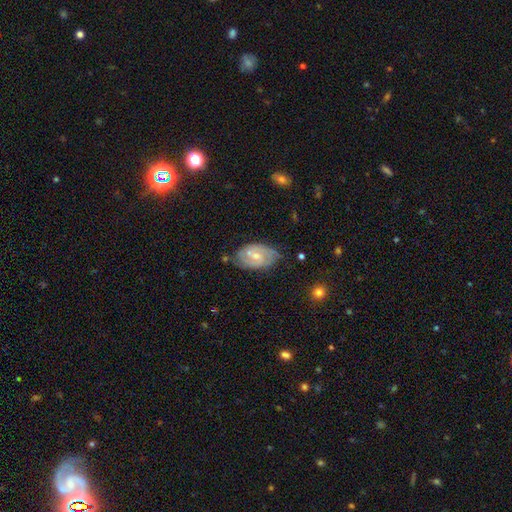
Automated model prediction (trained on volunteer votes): Smooth or featured?
  - featured or disk: 74% *
  - smooth: 20%
  - star or artifact: 6%
Edge-on disk?
  - no: 96% *
  - yes: 4%
Bar?
  - weak: 55% *
  - no: 33%
  - strong: 11%
Spiral arms?
  - yes: 90% *
  - no: 10%
Spiral winding?
  - tight: 48% *
  - medium: 41%
  - loose: 11%
Spiral arm count?
  - 2: 73% *
  - can't tell: 16%
  - 3: 5%
  - 1: 3%
  - 4: 2%
  - more than 4: 2%
Bulge size?
  - small: 48% *
  - moderate: 46%
  - none: 3%
  - large: 2%
  - dominant: 1%
Merging?
  - none: 69% *
  - minor disturbance: 22%
  - major disturbance: 5%
  - merger: 4%